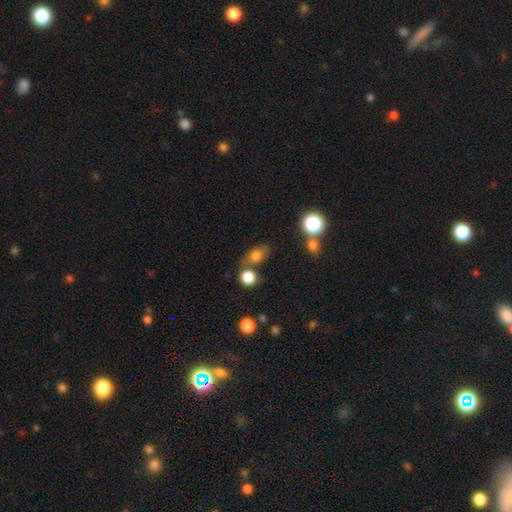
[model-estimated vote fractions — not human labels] smooth 76%, star or artifact 13%, featured or disk 11%. Down the decision tree: how rounded — in between (67%); merging — none (56%).